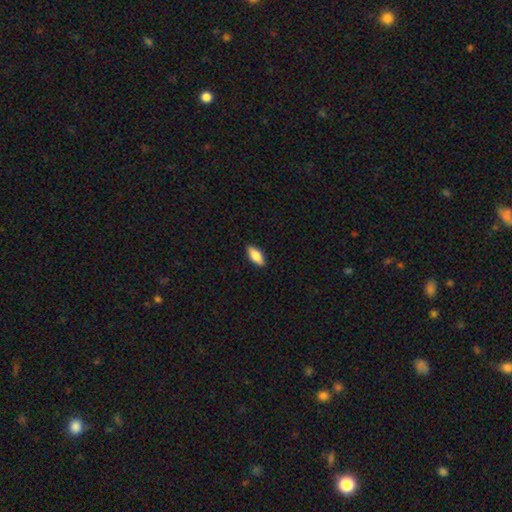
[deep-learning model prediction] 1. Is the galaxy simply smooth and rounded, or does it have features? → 79% smooth, 15% featured or disk, 6% star or artifact.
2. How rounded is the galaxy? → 80% in between, 18% cigar-shaped, 2% round.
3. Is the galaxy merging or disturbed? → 89% none, 8% minor disturbance, 2% major disturbance, 1% merger.